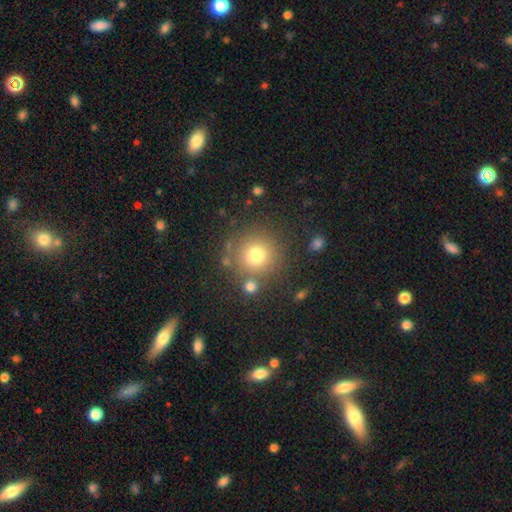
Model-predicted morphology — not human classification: Smooth or featured: smooth — 75% (star or artifact — 14%)
How rounded: round — 94% (in between — 5%)
Merging: none — 79% (minor disturbance — 9%)